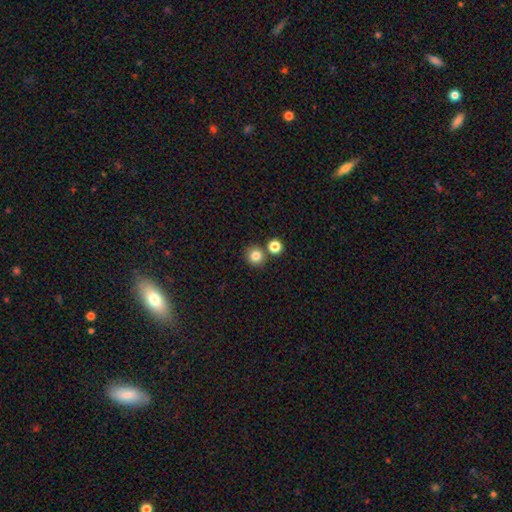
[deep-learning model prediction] This appears to be a smooth galaxy with no disk features (82%) that is round (92%). Merging: none (77%).